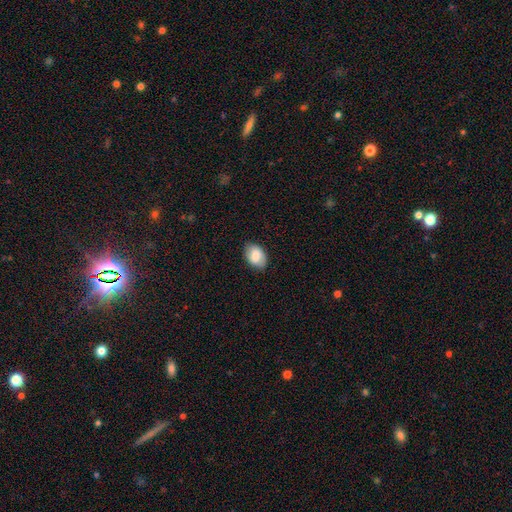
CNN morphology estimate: Overall: smooth (78%). How rounded: in between (87%). Merging: none (84%).